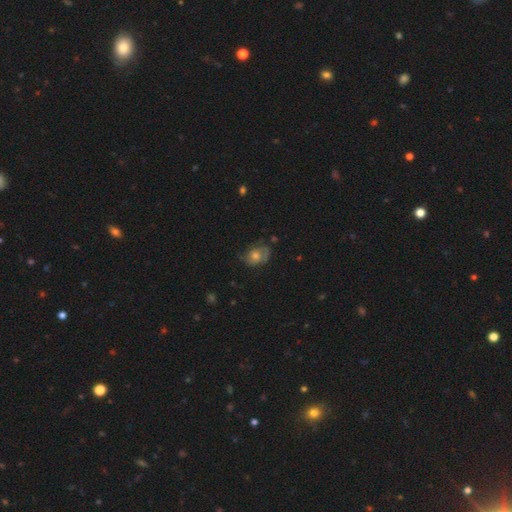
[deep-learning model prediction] Smooth or featured? Predicted: featured or disk (p=0.45). Merging? Predicted: none (p=0.63).